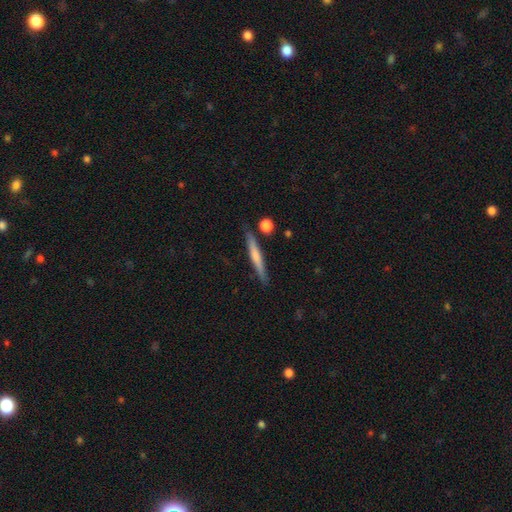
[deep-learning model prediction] Smooth or featured? Predicted: smooth (p=0.53). How rounded? Predicted: cigar-shaped (p=0.94). Merging? Predicted: none (p=0.85).